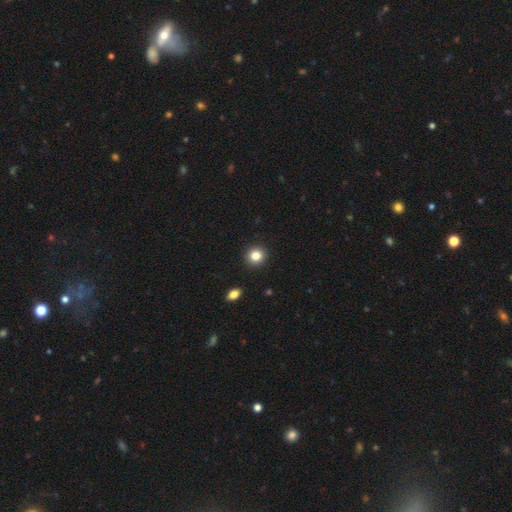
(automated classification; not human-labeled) This is clearly a smooth galaxy (83%). How rounded: clearly round (90%). Merging: clearly none (92%).